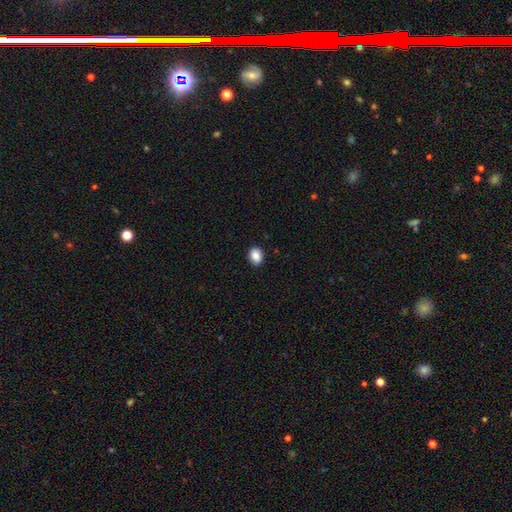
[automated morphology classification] smooth 87%, star or artifact 9%, featured or disk 5%. Down the decision tree: how rounded — in between (57%); merging — none (88%).